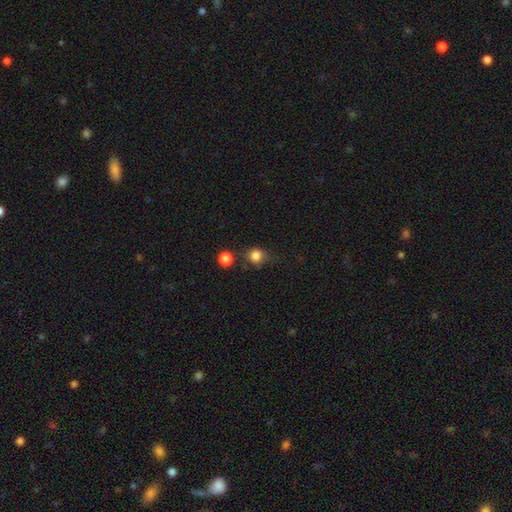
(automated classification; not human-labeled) smooth_or_featured: smooth (p=0.82) [alt: star or artifact p=0.13]
how_rounded: round (p=0.84) [alt: in between p=0.15]
merging: none (p=0.65) [alt: minor disturbance p=0.18]